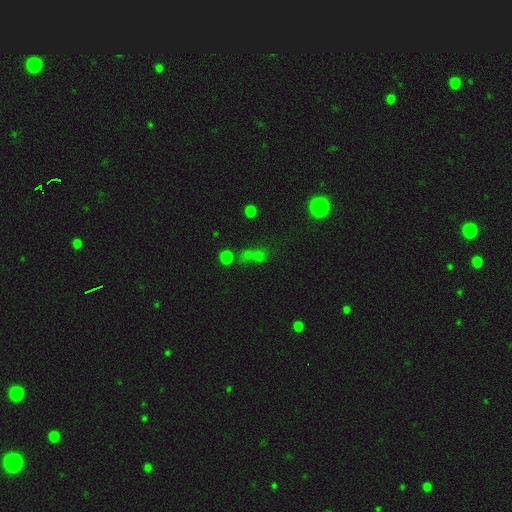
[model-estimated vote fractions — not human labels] Q: Smooth or featured?
A: smooth (51%); runner-up: star or artifact (37%)
Q: How rounded?
A: round (67%); runner-up: in between (29%)
Q: Merging?
A: none (45%); runner-up: merger (35%)